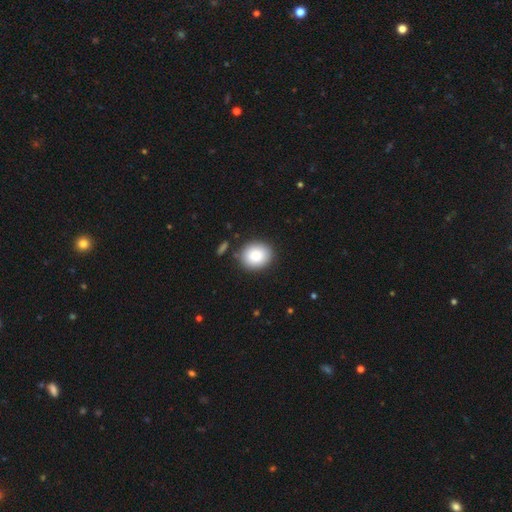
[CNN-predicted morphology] Smooth or featured: smooth — 87% (star or artifact — 7%)
How rounded: round — 71% (in between — 28%)
Merging: none — 86% (minor disturbance — 9%)